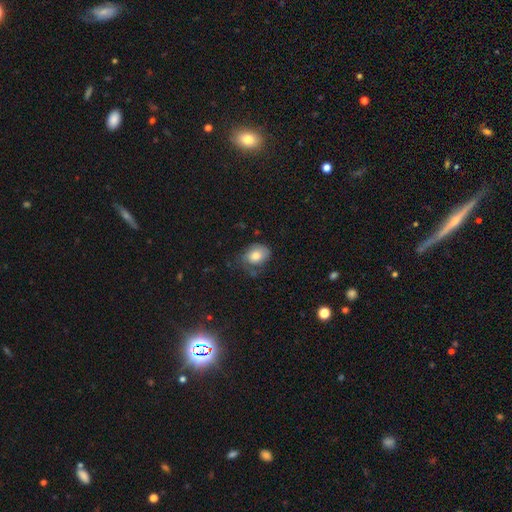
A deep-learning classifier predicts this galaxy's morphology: Smooth or featured? Predicted: smooth (p=0.65). How rounded? Predicted: in between (p=0.60). Merging? Predicted: none (p=0.48).